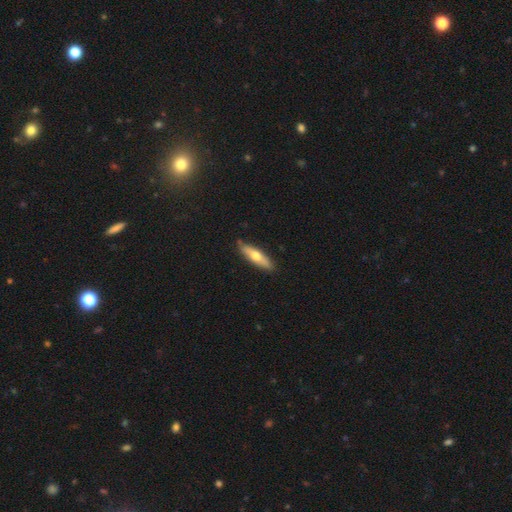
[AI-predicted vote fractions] Smooth or featured? Predicted: smooth (p=0.57). How rounded? Predicted: cigar-shaped (p=0.66). Merging? Predicted: none (p=0.85).